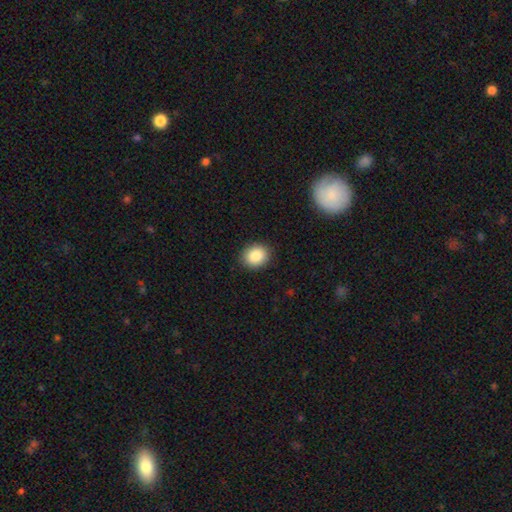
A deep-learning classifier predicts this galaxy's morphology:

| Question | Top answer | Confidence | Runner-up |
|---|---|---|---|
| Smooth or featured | smooth | 86% | star or artifact (9%) |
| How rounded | round | 69% | in between (30%) |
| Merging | none | 90% | minor disturbance (7%) |